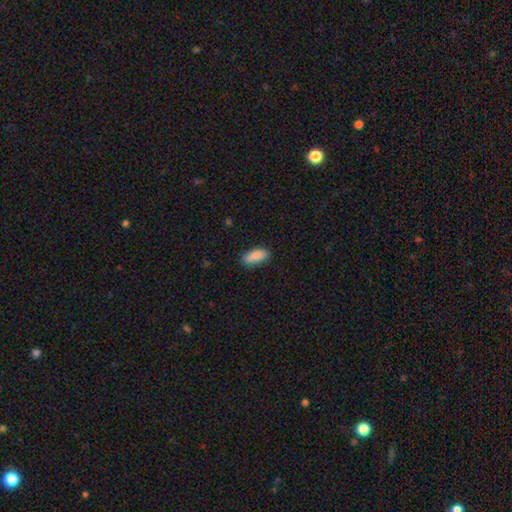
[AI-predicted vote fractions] Morphology: type=smooth (88%); roundness=in between (79%); merging=none (85%).